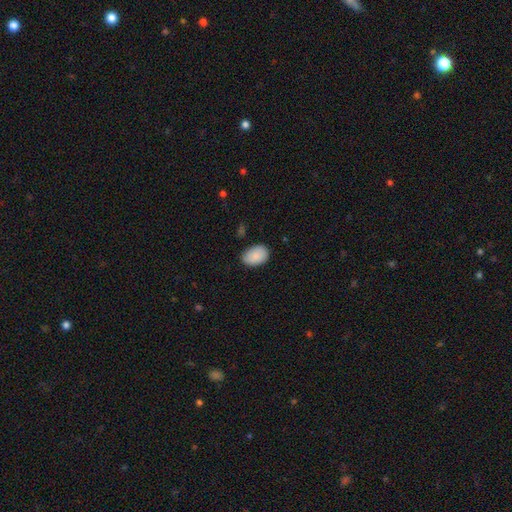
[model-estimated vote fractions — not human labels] smooth 90%, star or artifact 7%, featured or disk 4%. Down the decision tree: how rounded — in between (84%); merging — none (82%).